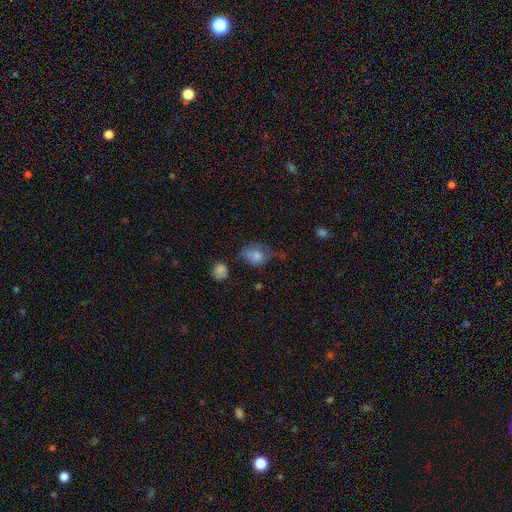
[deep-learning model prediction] Q: Smooth or featured?
A: smooth (71%); runner-up: featured or disk (18%)
Q: How rounded?
A: in between (57%); runner-up: round (41%)
Q: Merging?
A: minor disturbance (33%); tied with: none (33%)